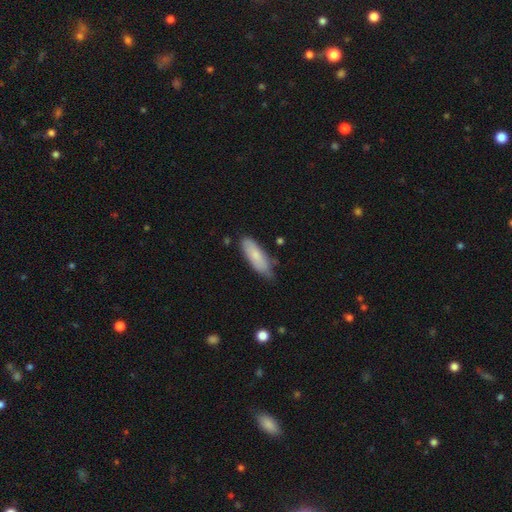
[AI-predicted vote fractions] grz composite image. It shows a smooth galaxy with no disk features (76%) that is in between round and cigar-shaped (60%). Merging: none (64%).